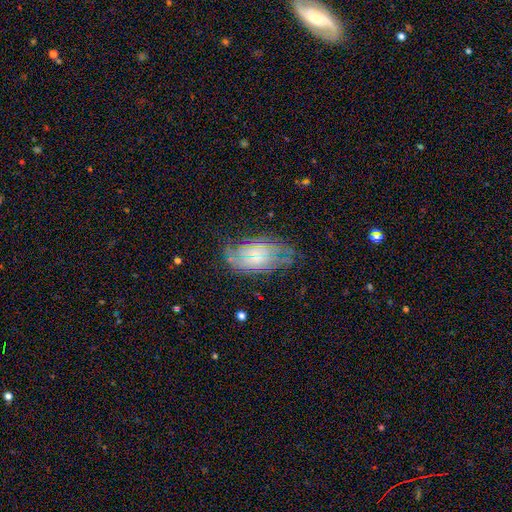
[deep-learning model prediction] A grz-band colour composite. It shows a featured or disk galaxy (62%) with no bar (66%), spiral arms (74%) and a small central bulge (46%). Merging: none (55%).